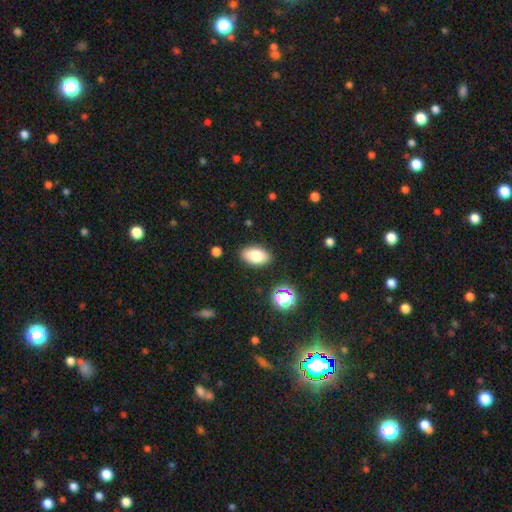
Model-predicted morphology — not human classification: Smooth or featured? Predicted: smooth (p=0.79). How rounded? Predicted: in between (p=0.92). Merging? Predicted: none (p=0.87).